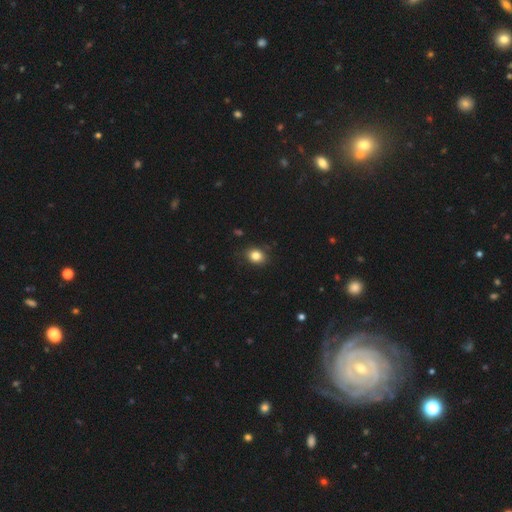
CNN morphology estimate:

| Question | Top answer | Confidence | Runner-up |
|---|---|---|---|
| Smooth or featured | smooth | 83% | star or artifact (11%) |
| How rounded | round | 54% | in between (45%) |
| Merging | none | 84% | minor disturbance (12%) |